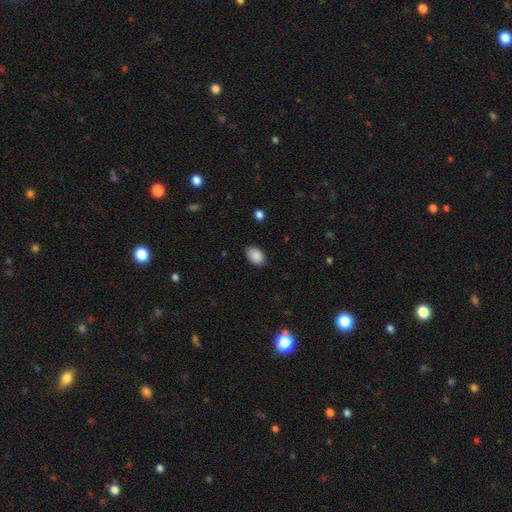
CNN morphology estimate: Smooth or featured? smooth (89%)
How rounded? in between (82%)
Merging? none (86%)